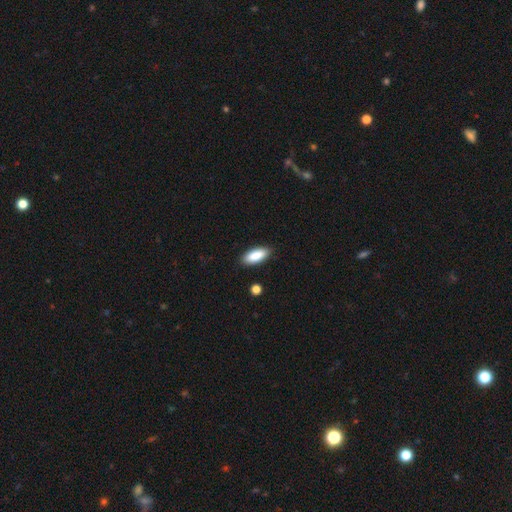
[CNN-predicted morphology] smooth-or-featured: smooth: 87% | featured or disk: 7% | star or artifact: 6%
  how-rounded: in between: 79% | cigar-shaped: 19% | round: 2%
  merging: none: 88% | minor disturbance: 8% | major disturbance: 2% | merger: 1%